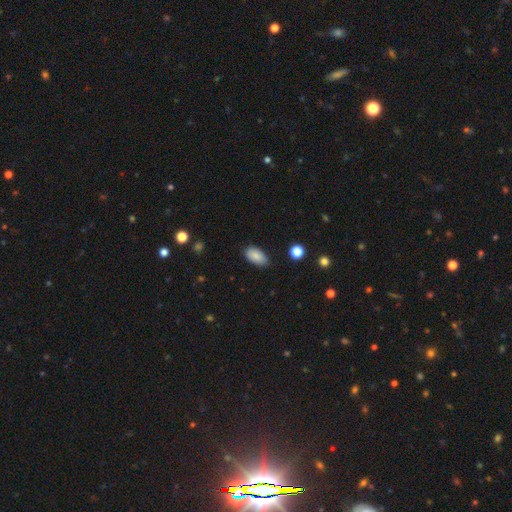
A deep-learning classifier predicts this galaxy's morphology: A smooth galaxy with no disk features (86%) that is in between round and cigar-shaped (94%). Merging: none (83%).